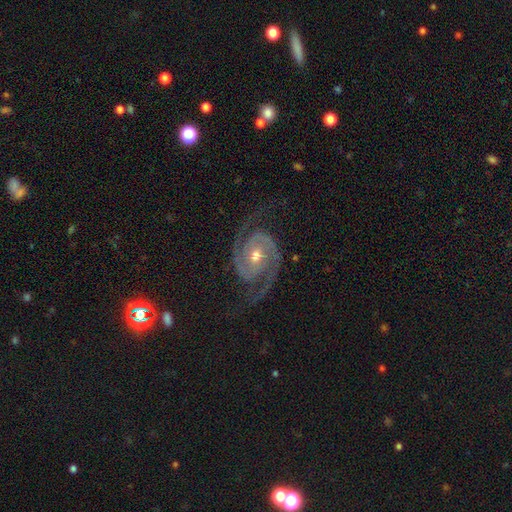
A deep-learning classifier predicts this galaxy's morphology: The model was most divided on "spiral winding": medium: 50%, tight: 37%, loose: 13%. More confident: spiral arms — yes (99%); edge-on disk — no (98%); spiral arm count — 2 (93%); smooth or featured — featured or disk (93%); merging — none (79%); bulge size — moderate (69%); bar — no (62%).